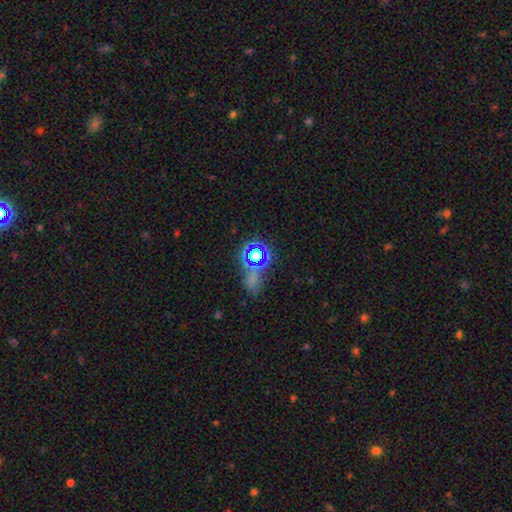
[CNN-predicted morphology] This is possibly a star or artifact rather than a galaxy (56%).